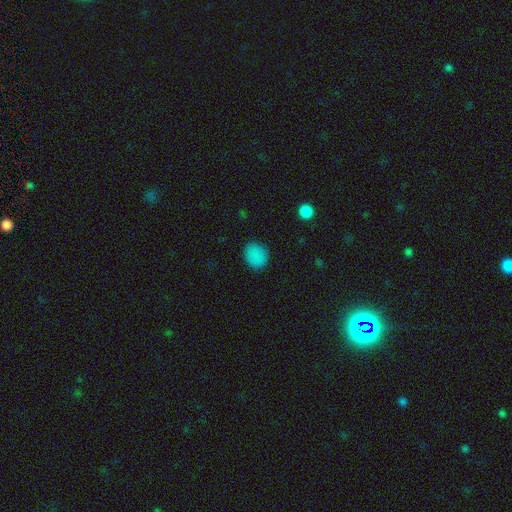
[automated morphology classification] The model was most divided on "how rounded": round: 69%, in between: 30%, cigar-shaped: 1%. More confident: merging — none (85%); smooth or featured — smooth (84%).